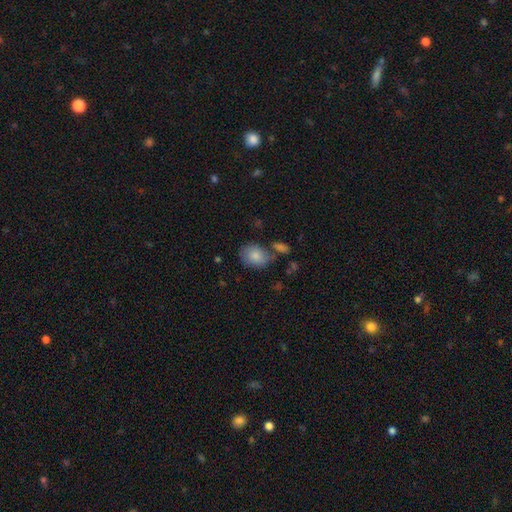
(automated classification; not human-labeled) smooth-or-featured: smooth: 82% | featured or disk: 11% | star or artifact: 7%
  how-rounded: in between: 63% | round: 36% | cigar-shaped: 1%
  merging: none: 60% | minor disturbance: 20% | merger: 14% | major disturbance: 6%